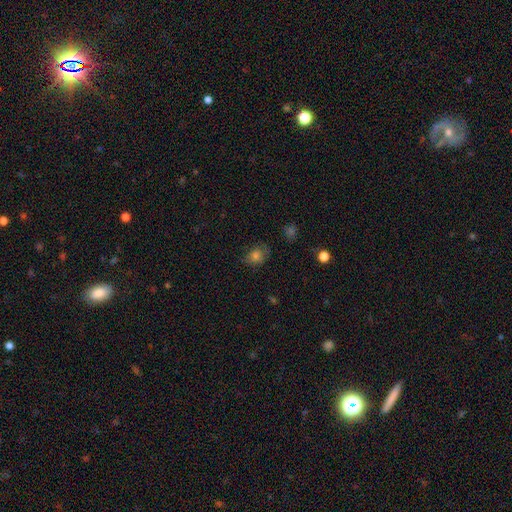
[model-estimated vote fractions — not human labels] Smooth or featured? Predicted: smooth (p=0.72). How rounded? Predicted: in between (p=0.51). Merging? Predicted: none (p=0.62).